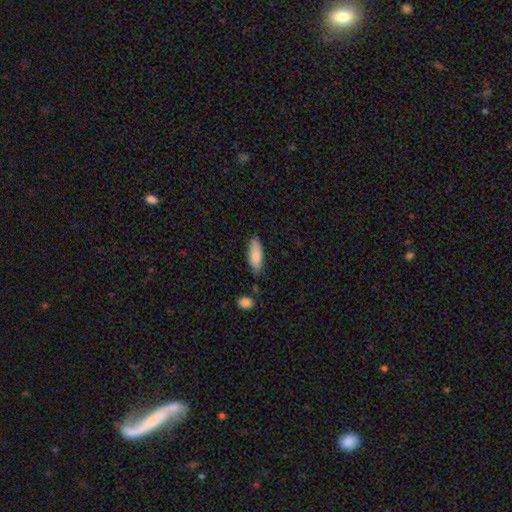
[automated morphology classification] Q: Smooth or featured?
A: smooth (84%); runner-up: featured or disk (10%)
Q: How rounded?
A: in between (68%); runner-up: cigar-shaped (30%)
Q: Merging?
A: none (76%); runner-up: minor disturbance (17%)